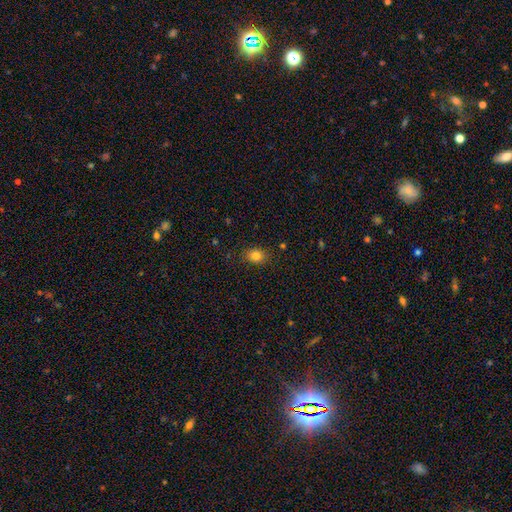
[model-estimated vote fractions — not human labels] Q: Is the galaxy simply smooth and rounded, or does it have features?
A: smooth — 84%.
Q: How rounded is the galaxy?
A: in between — 60%.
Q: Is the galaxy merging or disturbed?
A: none — 83%.